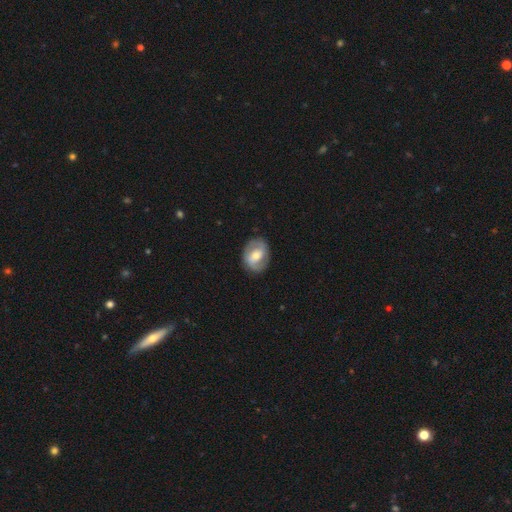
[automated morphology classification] This appears to be a featured or disk galaxy (60%) with a weak bar (43%), spiral arms (69%) and a moderate central bulge (63%). Merging: none (82%).